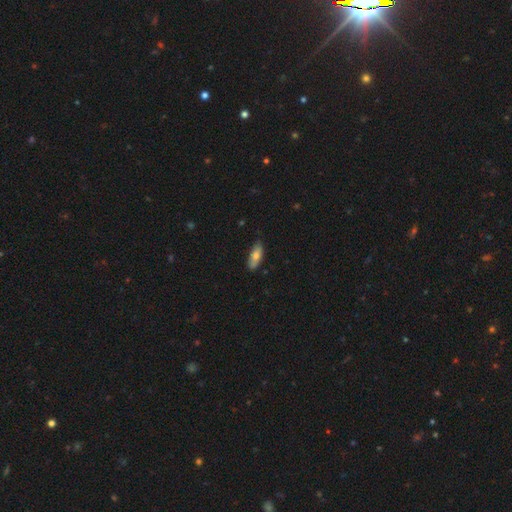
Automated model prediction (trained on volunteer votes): Smooth or featured? smooth (70%)
How rounded? in between (72%)
Merging? none (77%)